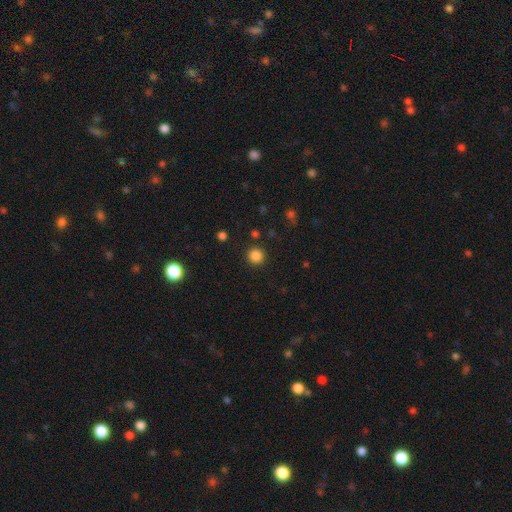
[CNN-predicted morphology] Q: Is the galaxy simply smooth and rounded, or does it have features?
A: smooth — 85%.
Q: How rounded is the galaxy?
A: round — 95%.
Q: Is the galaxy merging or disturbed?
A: none — 90%.